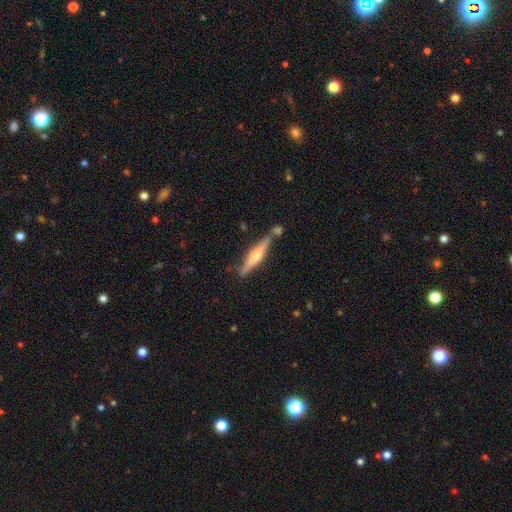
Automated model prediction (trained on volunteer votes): Q: Smooth or featured?
A: featured or disk (68%); runner-up: smooth (26%)
Q: Edge-on disk?
A: yes (97%); runner-up: no (3%)
Q: Edge-on bulge?
A: rounded (88%); runner-up: boxy (7%)
Q: Merging?
A: none (74%); runner-up: minor disturbance (12%)